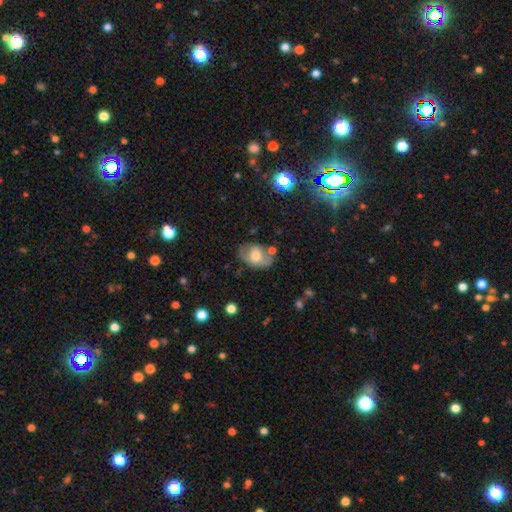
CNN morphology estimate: smooth-or-featured: smooth: 53% | featured or disk: 39% | star or artifact: 8%
  how-rounded: in between: 78% | round: 20% | cigar-shaped: 1%
  merging: none: 56% | minor disturbance: 25% | major disturbance: 10% | merger: 9%